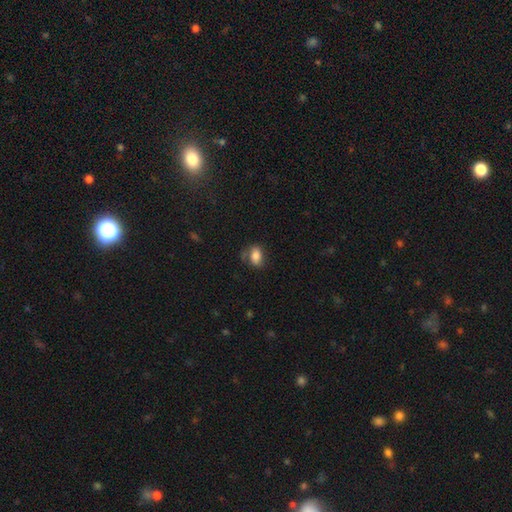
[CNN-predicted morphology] Q: Smooth or featured?
A: smooth (77%); runner-up: featured or disk (13%)
Q: How rounded?
A: in between (84%); runner-up: round (14%)
Q: Merging?
A: none (58%); runner-up: minor disturbance (26%)